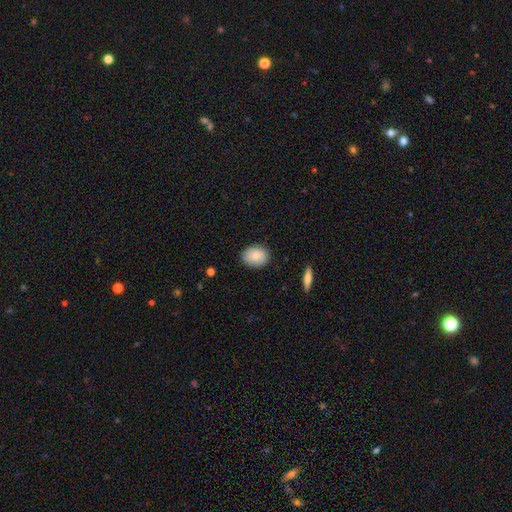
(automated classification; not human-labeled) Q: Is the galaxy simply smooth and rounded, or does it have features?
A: smooth — 84%.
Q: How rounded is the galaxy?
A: in between — 66%.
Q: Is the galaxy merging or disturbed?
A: none — 85%.